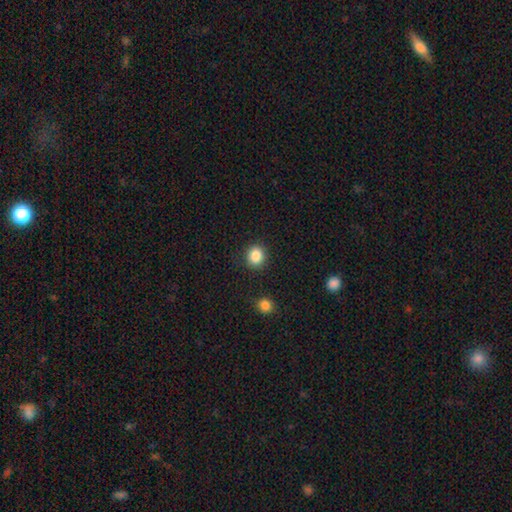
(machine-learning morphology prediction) The model was most divided on "how rounded": round: 82%, in between: 17%, cigar-shaped: 1%. More confident: merging — none (88%); smooth or featured — smooth (85%).